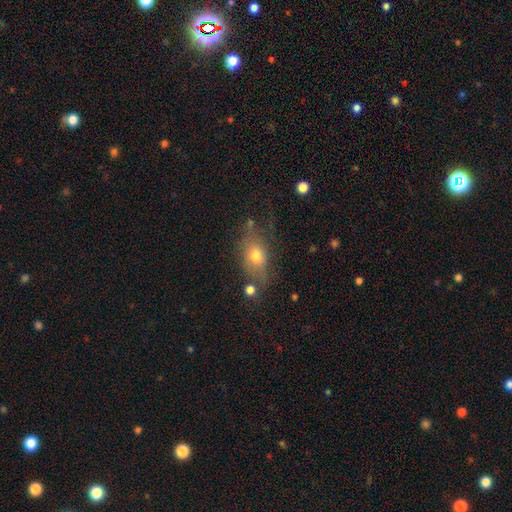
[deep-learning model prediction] Q: Smooth or featured?
A: smooth (66%); runner-up: featured or disk (22%)
Q: How rounded?
A: in between (73%); runner-up: round (21%)
Q: Merging?
A: none (53%); runner-up: minor disturbance (23%)